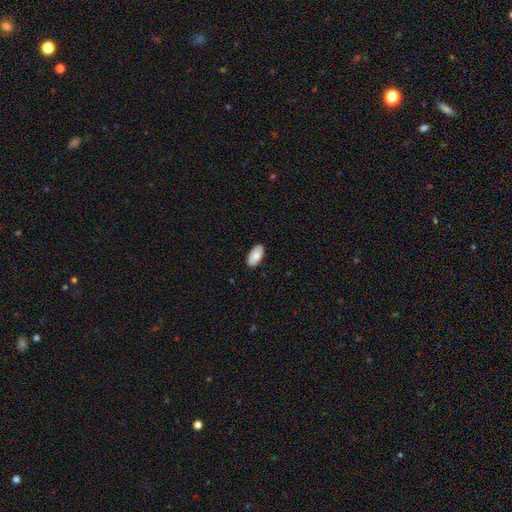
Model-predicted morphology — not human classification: smooth_or_featured: smooth (p=0.82) [alt: featured or disk p=0.12]
how_rounded: in between (p=0.95) [alt: cigar-shaped p=0.02]
merging: none (p=0.87) [alt: minor disturbance p=0.10]